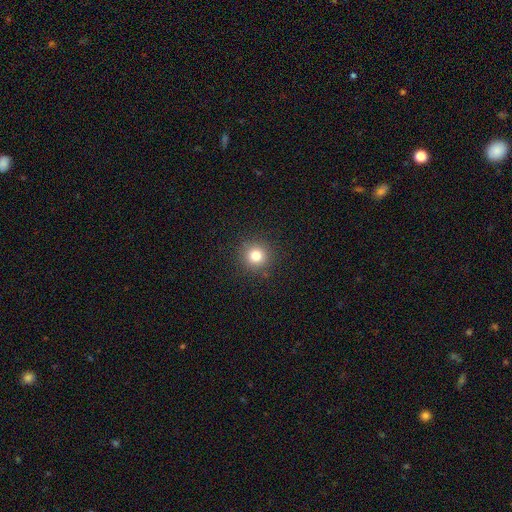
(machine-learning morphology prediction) smooth 80%, star or artifact 13%, featured or disk 7%. Down the decision tree: how rounded — round (94%); merging — none (90%).